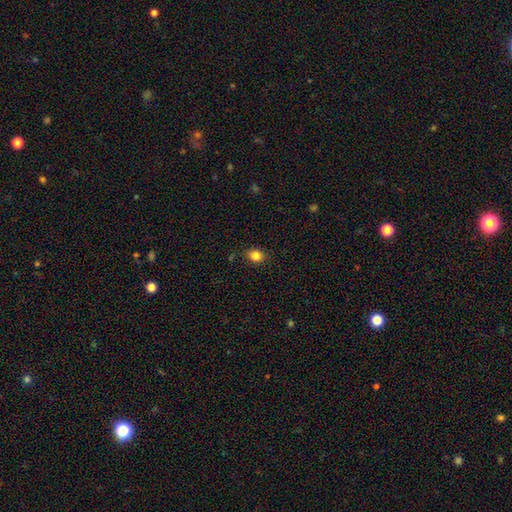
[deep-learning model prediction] The model was most divided on "how rounded": round: 51%, in between: 48%, cigar-shaped: 1%. More confident: smooth or featured — smooth (84%); merging — none (84%).